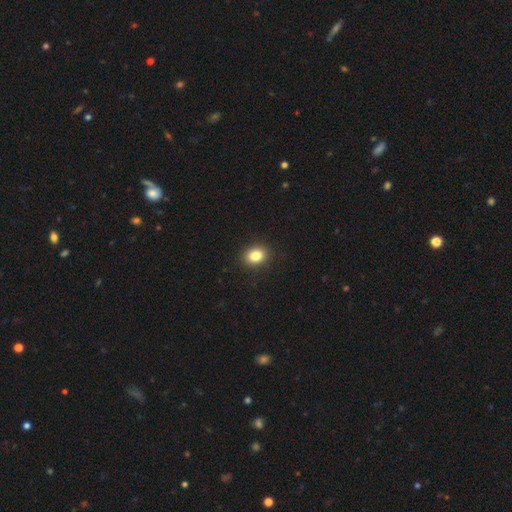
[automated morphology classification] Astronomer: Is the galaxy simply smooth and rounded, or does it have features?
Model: smooth — 85%.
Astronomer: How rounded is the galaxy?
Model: in between — 59% (runner-up: round, 40%).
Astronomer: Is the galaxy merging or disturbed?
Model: none — 90%.